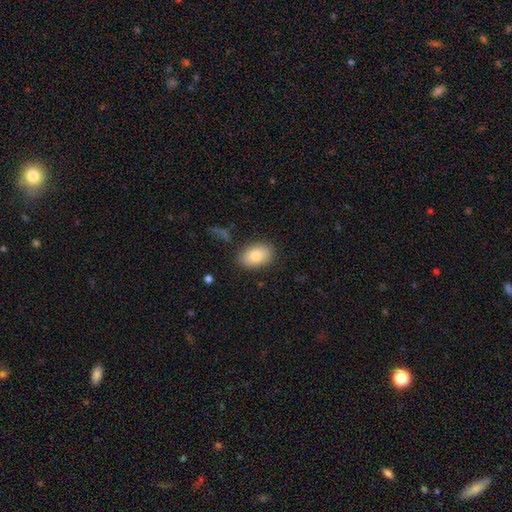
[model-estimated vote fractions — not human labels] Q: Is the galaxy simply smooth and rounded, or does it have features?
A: smooth — 81%.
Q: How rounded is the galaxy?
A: in between — 87%.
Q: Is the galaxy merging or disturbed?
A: none — 85%.